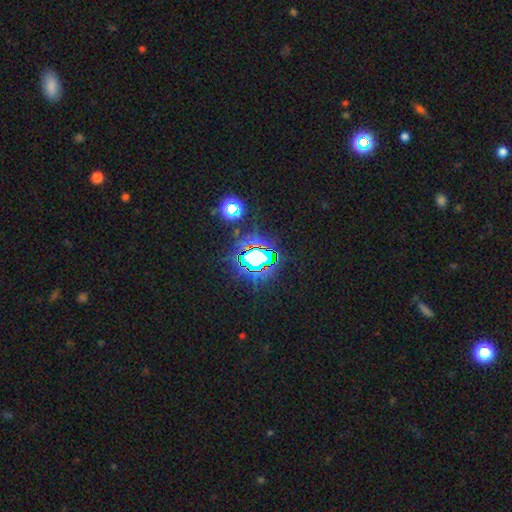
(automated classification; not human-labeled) A star or artifact, not a galaxy (72%).